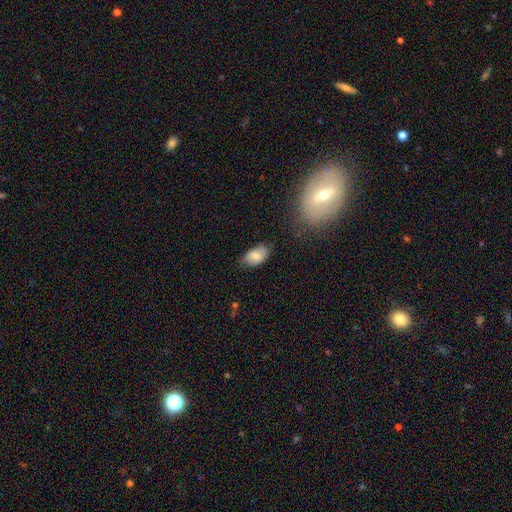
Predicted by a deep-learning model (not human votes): Q: Smooth or featured?
A: smooth (75%); runner-up: featured or disk (17%)
Q: How rounded?
A: in between (92%); runner-up: round (6%)
Q: Merging?
A: none (66%); runner-up: minor disturbance (27%)